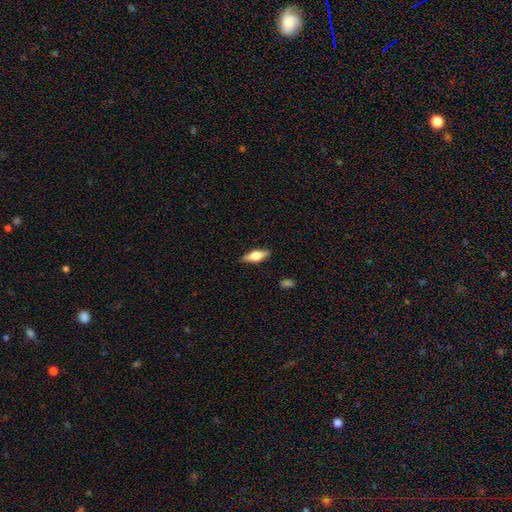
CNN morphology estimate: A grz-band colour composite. It shows a smooth galaxy with no disk features (49%). Merging: none (87%).